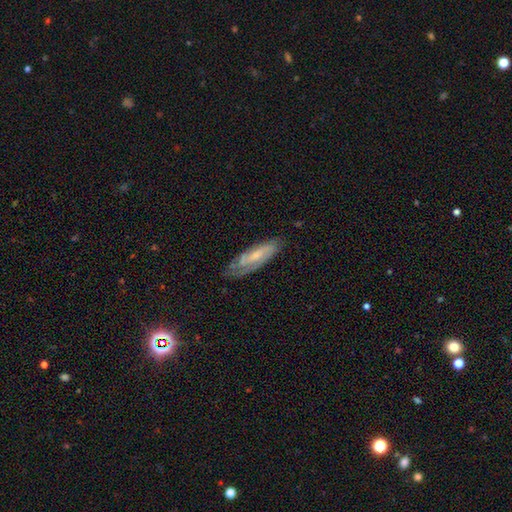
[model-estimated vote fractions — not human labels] The model was most divided on "smooth or featured": featured or disk: 63%, smooth: 30%, star or artifact: 7%. More confident: edge-on disk — no (79%); merging — none (66%).